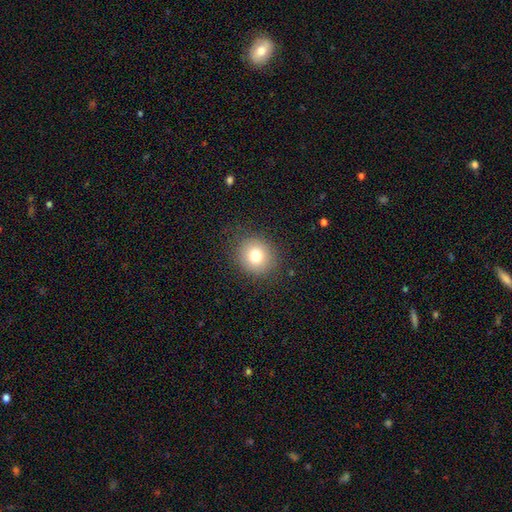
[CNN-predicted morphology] This appears to be a smooth galaxy with no disk features (78%) that is round (87%). Merging: none (87%).